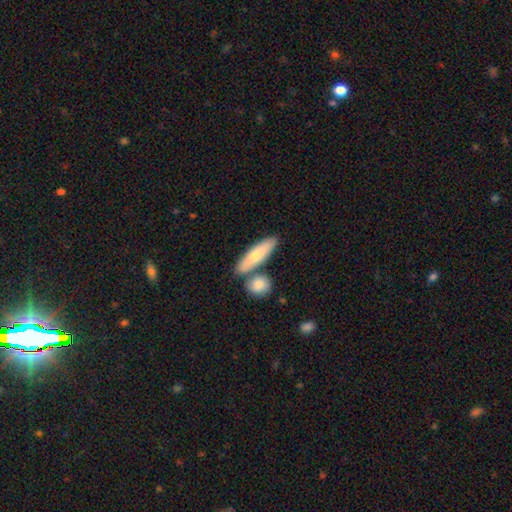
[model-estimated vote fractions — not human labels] Smooth or featured?
  - smooth: 70% *
  - featured or disk: 25%
  - star or artifact: 5%
How rounded?
  - cigar-shaped: 62% *
  - in between: 35%
  - round: 3%
Merging?
  - none: 65% *
  - merger: 21%
  - minor disturbance: 11%
  - major disturbance: 3%